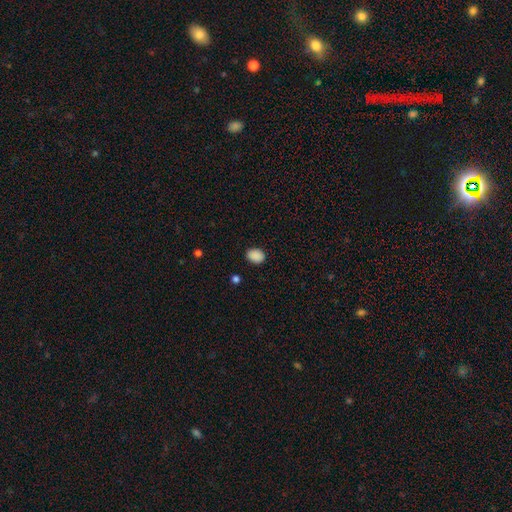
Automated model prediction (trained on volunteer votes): A smooth galaxy with no disk features (89%) that is in between round and cigar-shaped (66%).

Vote fractions:
- Smooth or featured? smooth: 89% / star or artifact: 9% / featured or disk: 3%
- How rounded? in between: 66% / round: 33% / cigar-shaped: 1%
- Merging? none: 87% / minor disturbance: 9% / major disturbance: 2% / merger: 1%